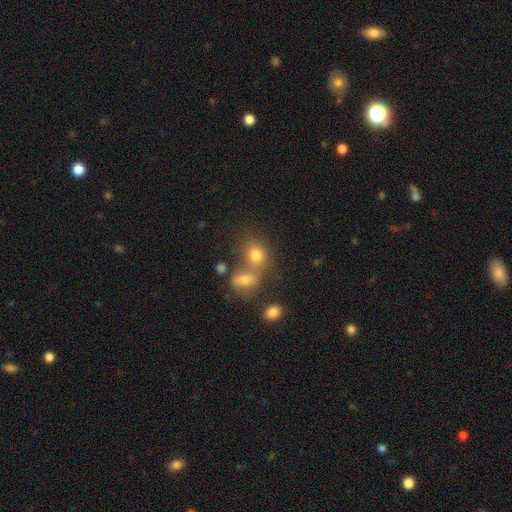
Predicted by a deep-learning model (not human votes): Smooth or featured: smooth — 71% (star or artifact — 15%)
How rounded: round — 52% (in between — 46%)
Merging: merger — 47% (none — 39%)